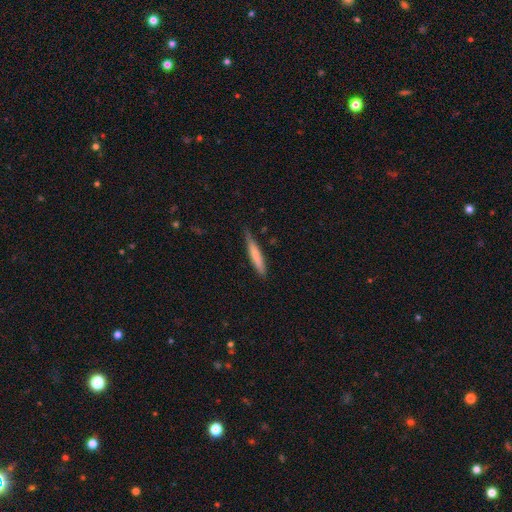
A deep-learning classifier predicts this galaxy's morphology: Smooth or featured: smooth — 69% (featured or disk — 25%)
How rounded: cigar-shaped — 94% (in between — 5%)
Merging: none — 76% (minor disturbance — 19%)